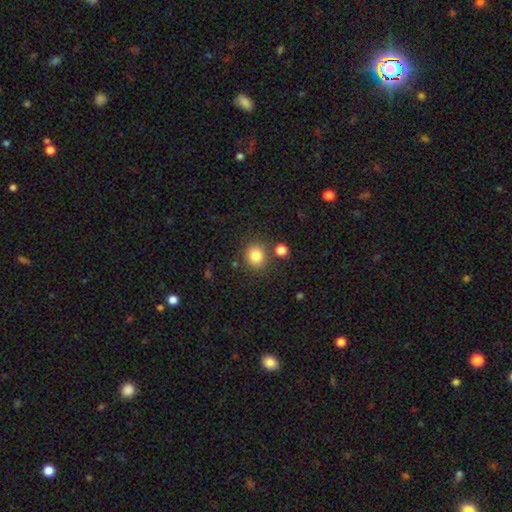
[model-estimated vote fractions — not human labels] Smooth or featured? smooth (83%)
How rounded? round (82%)
Merging? none (80%)